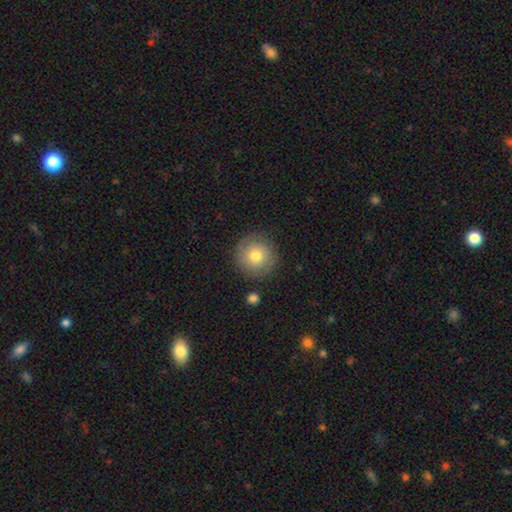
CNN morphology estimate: The model was most divided on "smooth or featured": smooth: 62%, featured or disk: 30%, star or artifact: 8%. More confident: how rounded — round (95%); merging — none (84%).